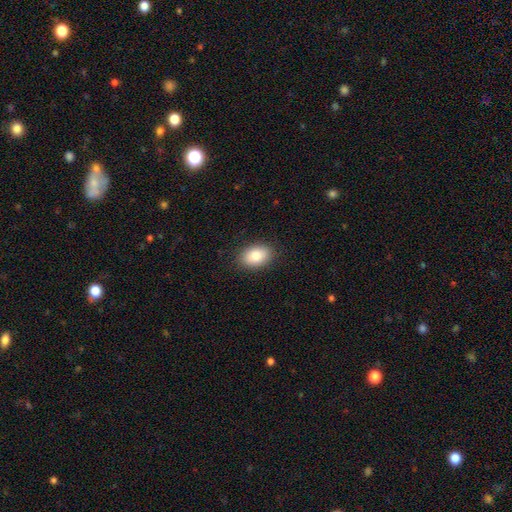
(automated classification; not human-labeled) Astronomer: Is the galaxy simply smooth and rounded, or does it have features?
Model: smooth — 86%.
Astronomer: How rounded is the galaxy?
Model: in between — 88%.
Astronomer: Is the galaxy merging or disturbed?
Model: none — 88%.